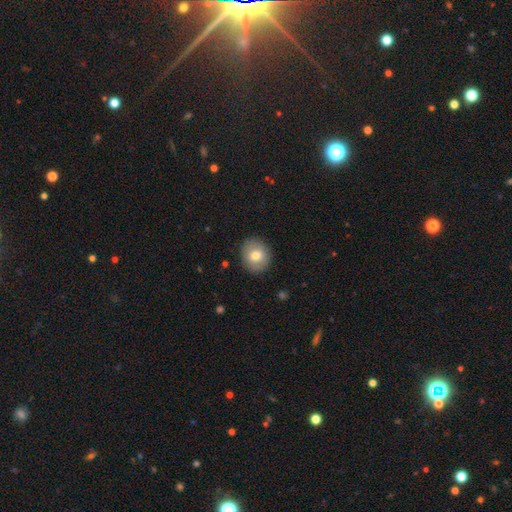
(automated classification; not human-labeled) smooth-or-featured: smooth: 75% | featured or disk: 17% | star or artifact: 8%
  how-rounded: round: 77% | in between: 22% | cigar-shaped: 1%
  merging: none: 88% | minor disturbance: 8% | major disturbance: 2% | merger: 1%